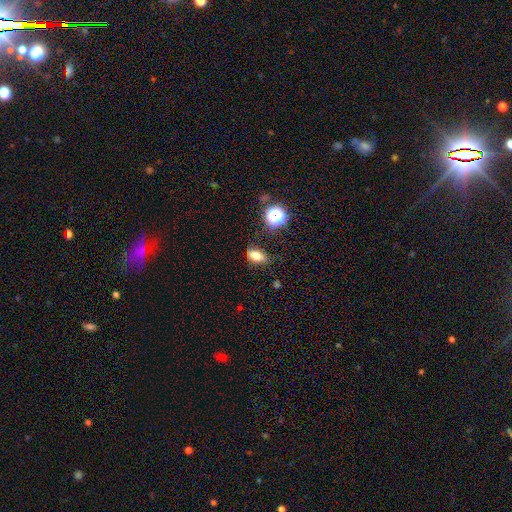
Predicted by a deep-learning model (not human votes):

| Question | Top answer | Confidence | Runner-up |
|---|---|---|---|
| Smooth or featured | smooth | 72% | star or artifact (15%) |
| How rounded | in between | 78% | round (16%) |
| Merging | none | 66% | minor disturbance (24%) |